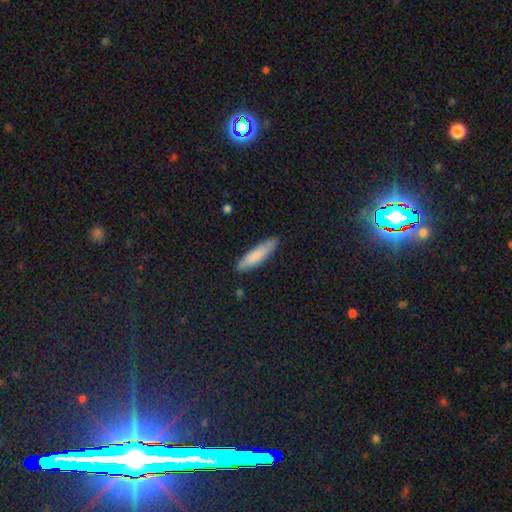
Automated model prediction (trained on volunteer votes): smooth-or-featured: smooth: 81% | featured or disk: 13% | star or artifact: 6%
  how-rounded: cigar-shaped: 73% | in between: 25% | round: 1%
  merging: none: 86% | minor disturbance: 11% | major disturbance: 2% | merger: 1%